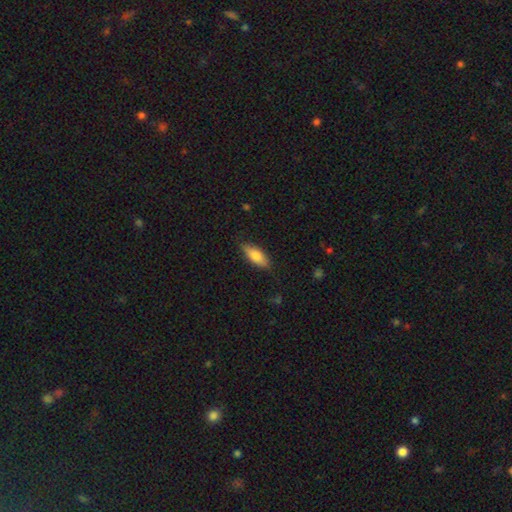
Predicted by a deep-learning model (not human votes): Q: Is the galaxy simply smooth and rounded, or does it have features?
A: smooth — 74%.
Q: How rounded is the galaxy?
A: in between — 69%.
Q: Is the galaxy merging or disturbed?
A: none — 84%.